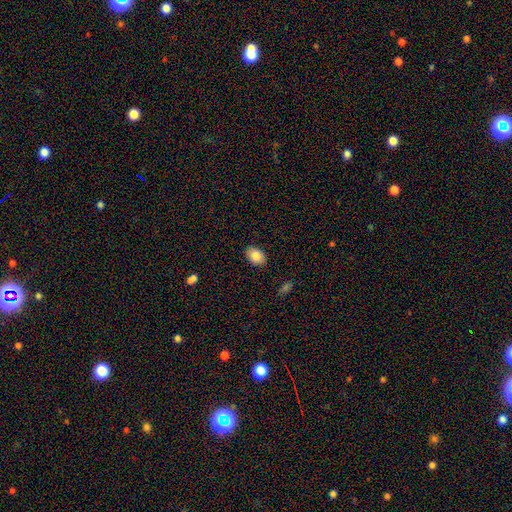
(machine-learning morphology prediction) Smooth or featured? Predicted: smooth (p=0.85). How rounded? Predicted: in between (p=0.80). Merging? Predicted: none (p=0.87).